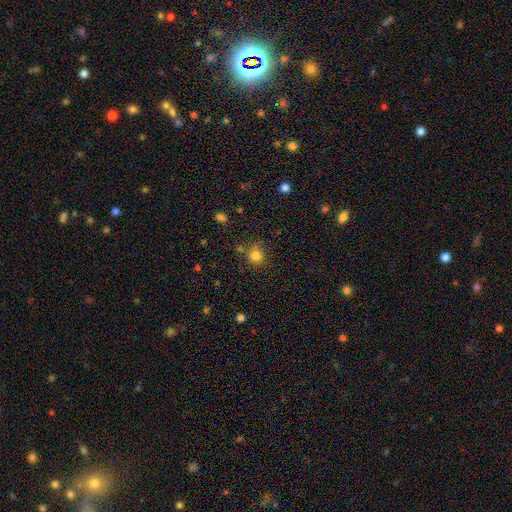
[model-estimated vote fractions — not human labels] Q: Smooth or featured?
A: smooth (81%); runner-up: star or artifact (13%)
Q: How rounded?
A: round (88%); runner-up: in between (11%)
Q: Merging?
A: none (74%); runner-up: minor disturbance (13%)